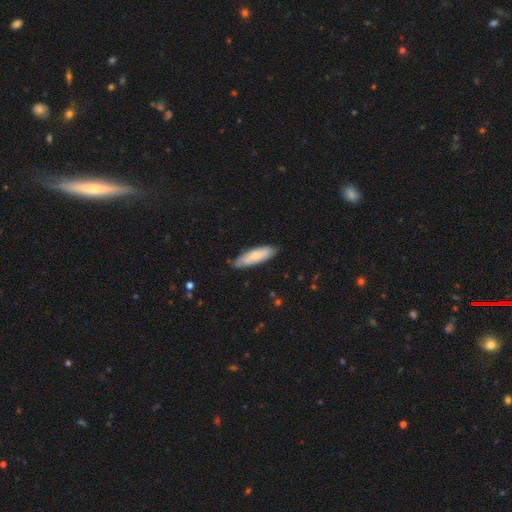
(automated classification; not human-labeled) Smooth or featured: smooth — 67% (featured or disk — 28%)
How rounded: cigar-shaped — 54% (in between — 44%)
Merging: none — 78% (minor disturbance — 18%)